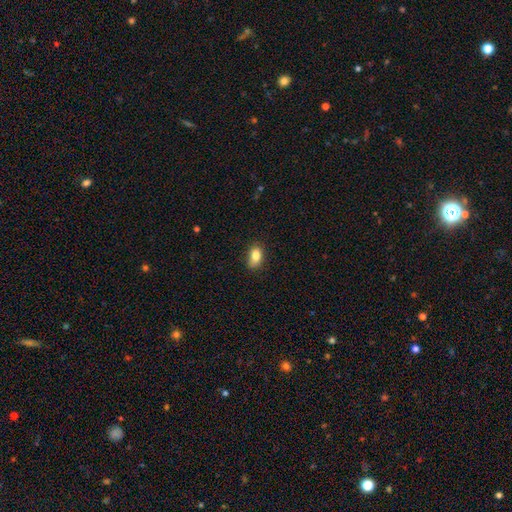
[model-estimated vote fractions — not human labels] A smooth galaxy with no disk features (83%) that is in between round and cigar-shaped (83%).

Vote fractions:
- Smooth or featured? smooth: 83% / star or artifact: 9% / featured or disk: 8%
- How rounded? in between: 83% / round: 15% / cigar-shaped: 2%
- Merging? none: 77% / minor disturbance: 18% / major disturbance: 3% / merger: 1%